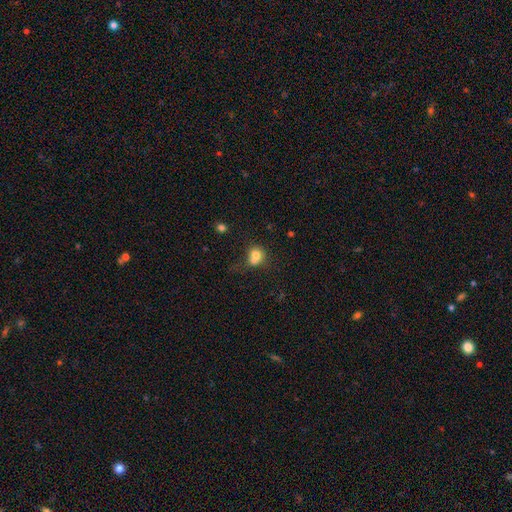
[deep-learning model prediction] smooth 75%, featured or disk 13%, star or artifact 11%. Down the decision tree: how rounded — round (73%); merging — merger (44%).